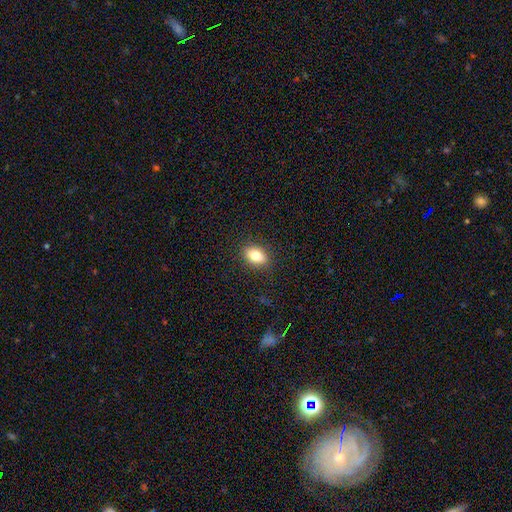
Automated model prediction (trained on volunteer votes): Smooth or featured? Predicted: smooth (p=0.81). How rounded? Predicted: in between (p=0.83). Merging? Predicted: none (p=0.88).